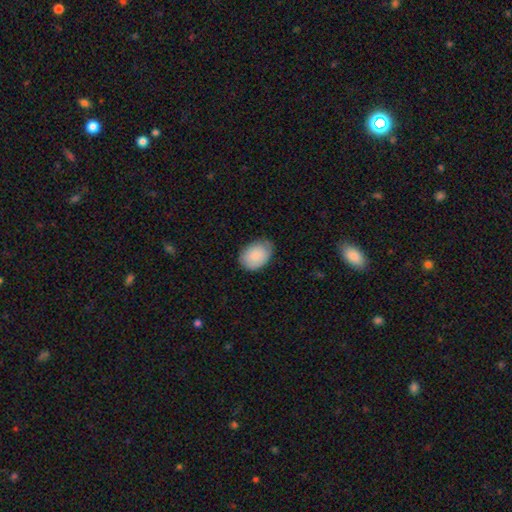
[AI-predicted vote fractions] A smooth galaxy with no disk features (86%) that is in between round and cigar-shaped (76%). Merging: none (68%).